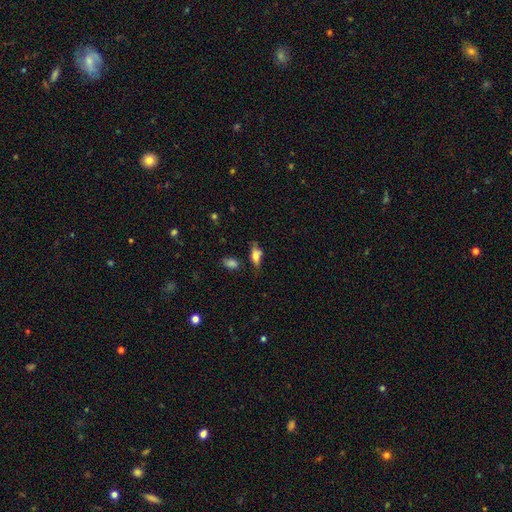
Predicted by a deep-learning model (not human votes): A smooth galaxy with no disk features (67%) that is in between round and cigar-shaped (81%). Merging: none (48%).